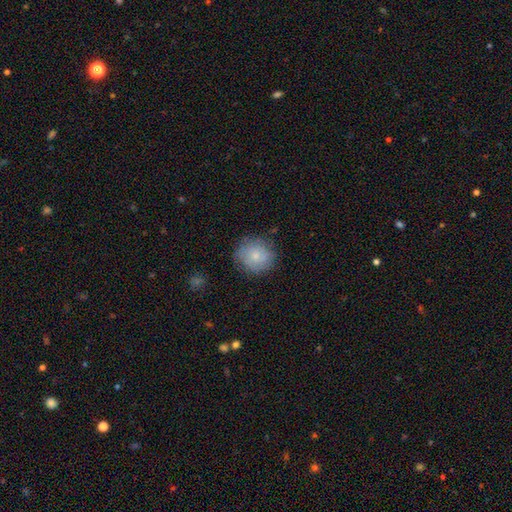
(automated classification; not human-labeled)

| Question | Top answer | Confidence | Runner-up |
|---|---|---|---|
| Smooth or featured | smooth | 76% | featured or disk (16%) |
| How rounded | round | 87% | in between (12%) |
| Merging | none | 78% | minor disturbance (17%) |